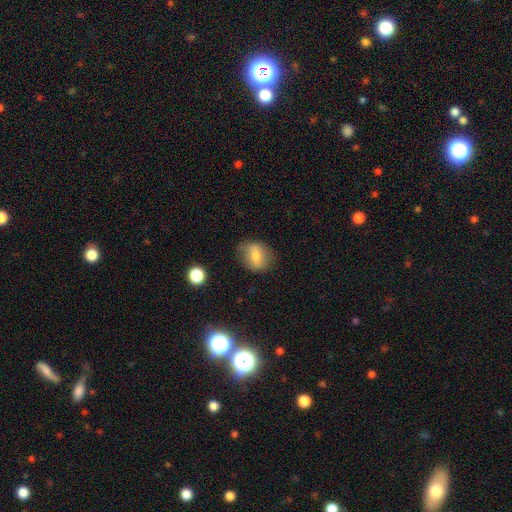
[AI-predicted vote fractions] smooth 66%, featured or disk 25%, star or artifact 9%. Down the decision tree: how rounded — in between (50%); merging — none (76%).